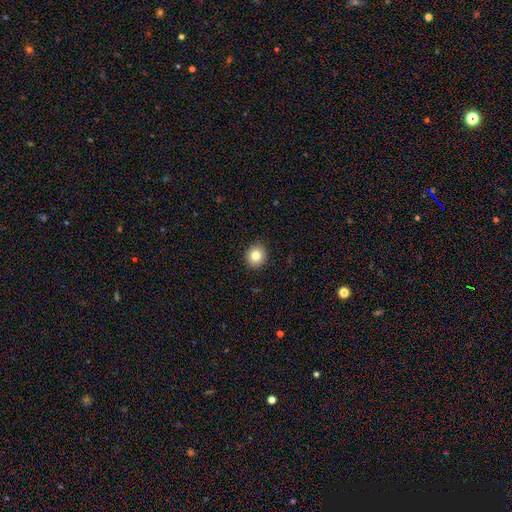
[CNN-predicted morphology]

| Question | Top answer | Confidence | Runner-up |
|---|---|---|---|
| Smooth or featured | smooth | 82% | star or artifact (10%) |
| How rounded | round | 80% | in between (19%) |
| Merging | none | 91% | minor disturbance (6%) |